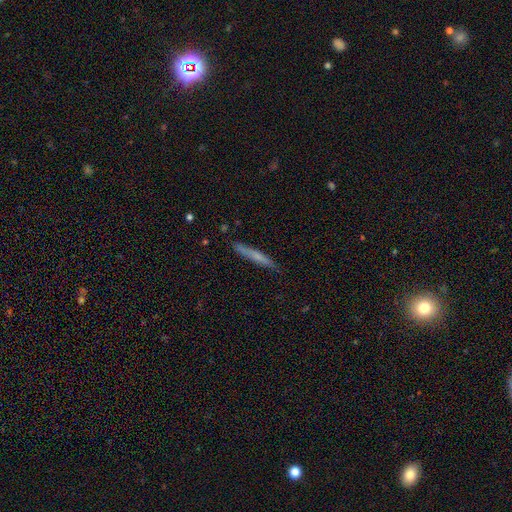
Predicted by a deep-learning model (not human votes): Overall: smooth (54%; featured or disk 40%). How rounded: cigar-shaped (95%). Merging: none (86%).